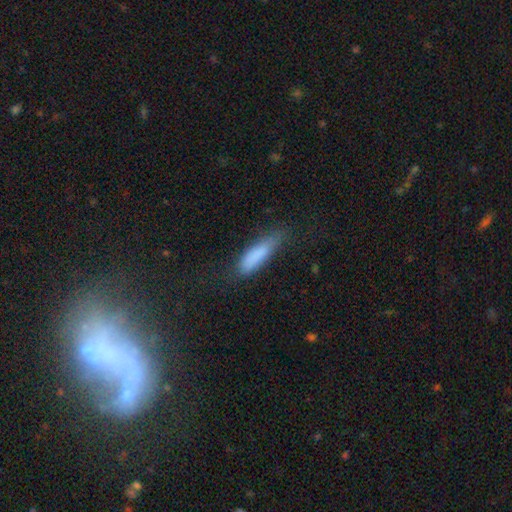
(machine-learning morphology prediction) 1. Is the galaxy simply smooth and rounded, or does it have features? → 82% smooth, 11% featured or disk, 7% star or artifact.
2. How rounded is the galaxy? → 67% cigar-shaped, 31% in between, 2% round.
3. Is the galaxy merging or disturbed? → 63% none, 26% minor disturbance, 9% major disturbance, 2% merger.